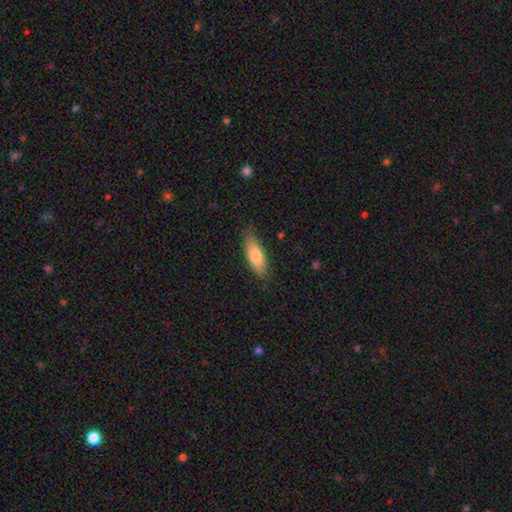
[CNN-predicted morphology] Q: Smooth or featured?
A: smooth (77%); runner-up: featured or disk (17%)
Q: How rounded?
A: in between (65%); runner-up: cigar-shaped (33%)
Q: Merging?
A: none (80%); runner-up: minor disturbance (16%)